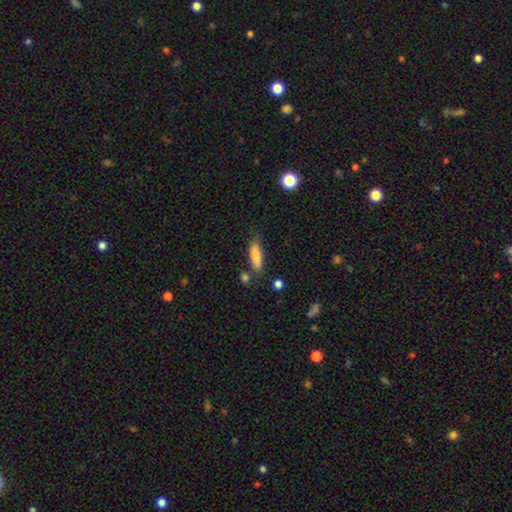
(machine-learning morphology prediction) This appears to be a smooth galaxy with no disk features (78%) that is cigar-shaped (49%, tied with in between). Merging: none (70%).